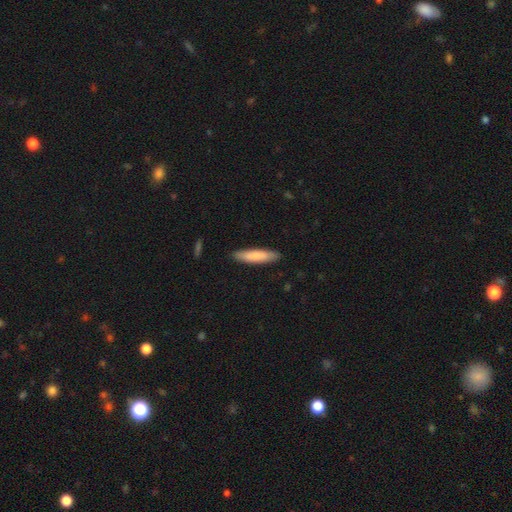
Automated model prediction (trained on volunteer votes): Smooth or featured?
  - smooth: 80% *
  - featured or disk: 15%
  - star or artifact: 5%
How rounded?
  - cigar-shaped: 83% *
  - in between: 16%
  - round: 1%
Merging?
  - none: 88% *
  - minor disturbance: 9%
  - major disturbance: 2%
  - merger: 1%